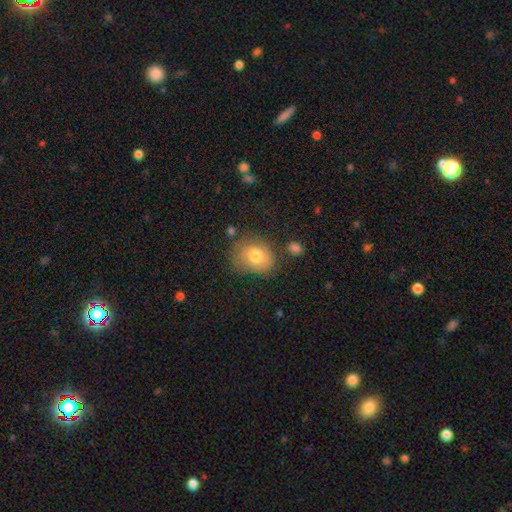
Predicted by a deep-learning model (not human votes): This is likely a smooth galaxy (76%). How rounded: possibly round (51%). Merging: likely none (66%).